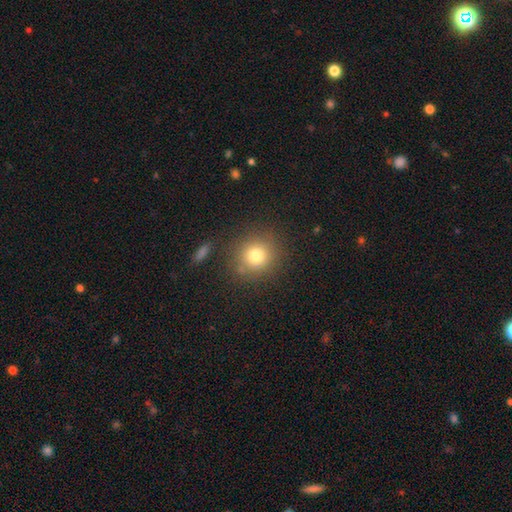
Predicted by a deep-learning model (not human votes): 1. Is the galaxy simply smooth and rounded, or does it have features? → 77% smooth, 13% star or artifact, 10% featured or disk.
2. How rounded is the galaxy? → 88% round, 11% in between, 1% cigar-shaped.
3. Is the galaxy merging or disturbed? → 81% none, 10% minor disturbance, 5% merger, 4% major disturbance.